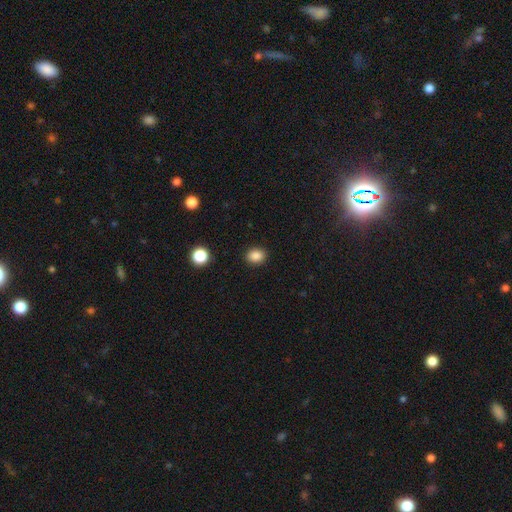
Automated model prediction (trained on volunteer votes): A smooth galaxy with no disk features (86%) that is round (50%). Merging: none (90%).